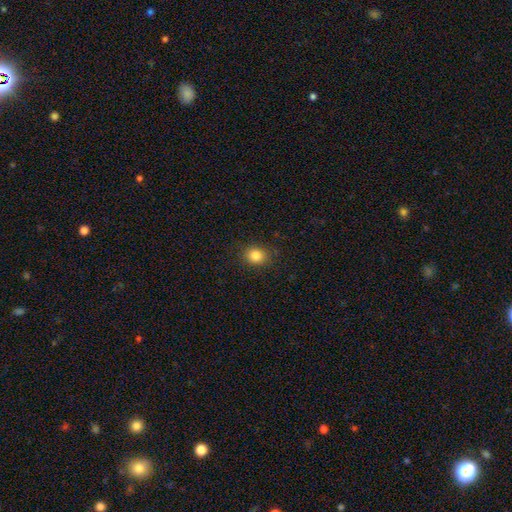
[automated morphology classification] This is clearly a smooth galaxy (83%). How rounded: likely round (73%). Merging: clearly none (89%).